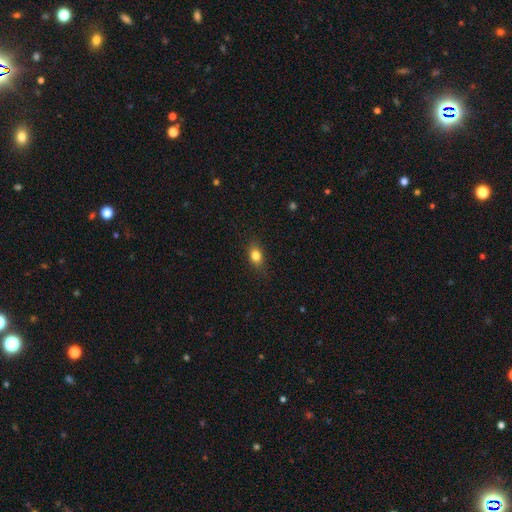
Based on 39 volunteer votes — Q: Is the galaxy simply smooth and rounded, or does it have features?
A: smooth — 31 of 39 (79%).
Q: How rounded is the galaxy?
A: in between — 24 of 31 (77%).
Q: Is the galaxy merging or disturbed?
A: none — 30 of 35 (86%).